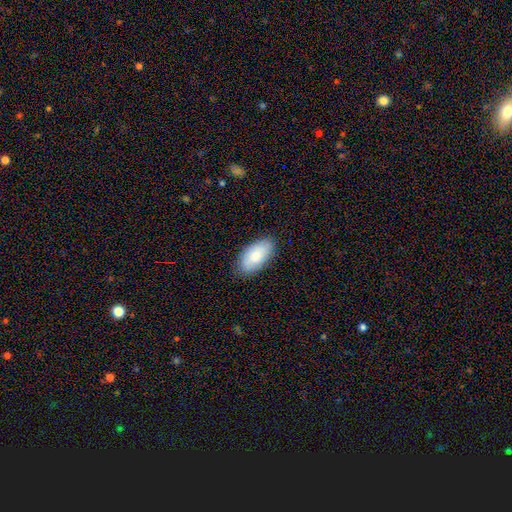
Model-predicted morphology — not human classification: Overall: smooth (82%). How rounded: in between (95%). Merging: none (85%).